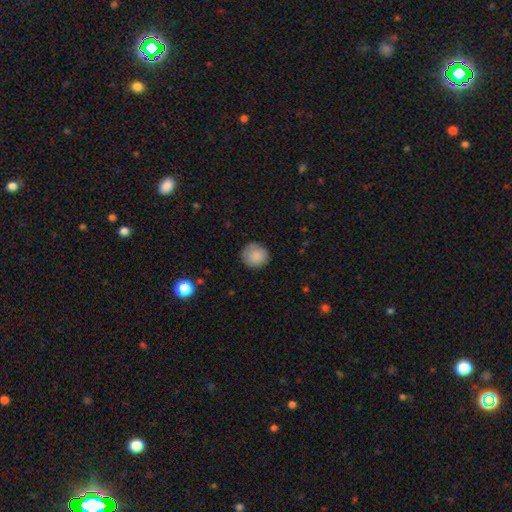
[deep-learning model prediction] Overall: smooth (85%). How rounded: round (89%). Merging: none (83%).